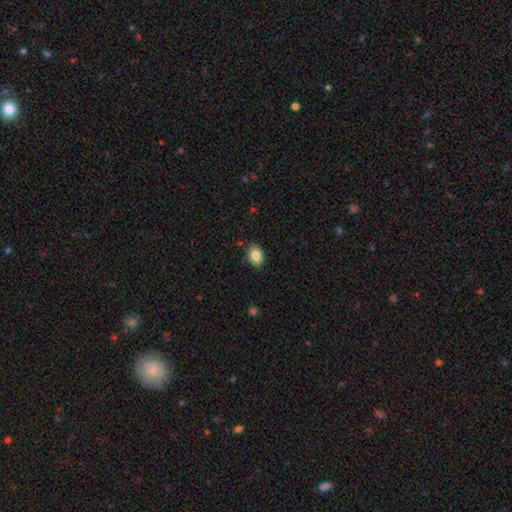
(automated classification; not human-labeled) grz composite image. It shows a smooth galaxy with no disk features (85%) that is in between round and cigar-shaped (79%). Merging: none (84%).